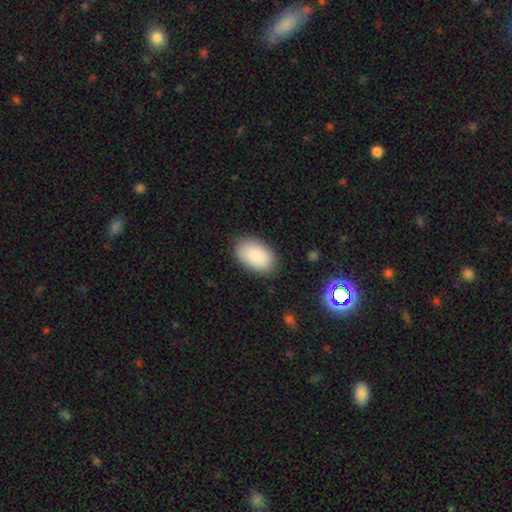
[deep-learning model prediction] smooth 86%, featured or disk 8%, star or artifact 7%. Down the decision tree: how rounded — in between (92%); merging — none (85%).